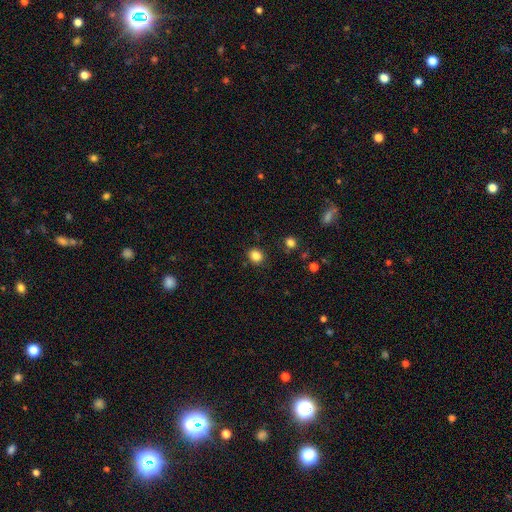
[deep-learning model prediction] Smooth or featured? smooth (85%)
How rounded? round (65%)
Merging? none (85%)